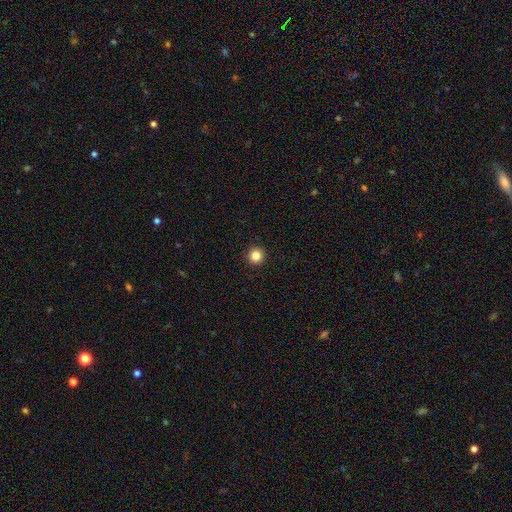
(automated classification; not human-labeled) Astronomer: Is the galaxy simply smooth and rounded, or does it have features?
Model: smooth — 85%.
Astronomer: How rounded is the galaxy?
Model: round — 96%.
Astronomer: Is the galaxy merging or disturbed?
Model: none — 94%.